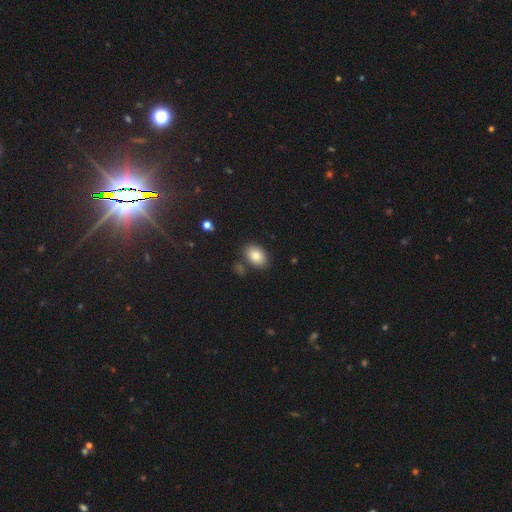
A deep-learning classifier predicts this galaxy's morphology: Smooth or featured: smooth — 83% (featured or disk — 8%)
How rounded: in between — 85% (round — 14%)
Merging: none — 79% (minor disturbance — 12%)